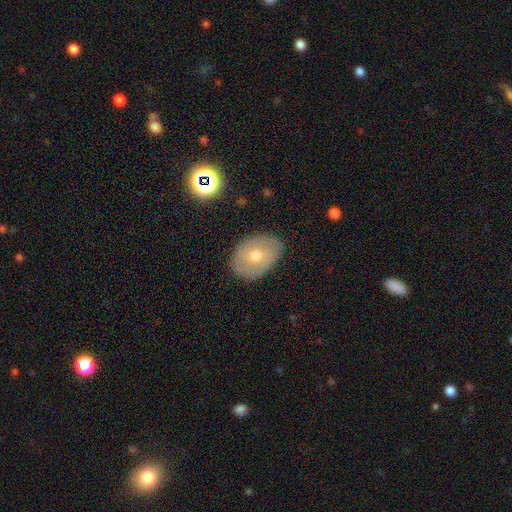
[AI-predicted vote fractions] smooth 51%, featured or disk 39%, star or artifact 10%. Down the decision tree: how rounded — in between (74%); merging — none (81%).